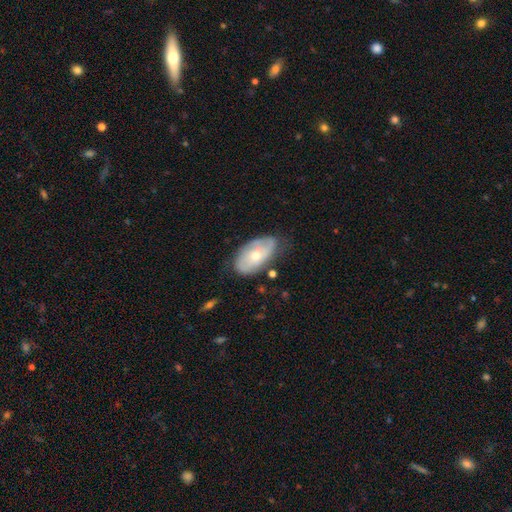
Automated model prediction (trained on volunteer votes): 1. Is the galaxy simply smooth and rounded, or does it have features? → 52% featured or disk, 42% smooth, 6% star or artifact.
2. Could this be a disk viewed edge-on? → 92% no, 8% yes.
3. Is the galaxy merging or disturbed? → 64% none, 27% minor disturbance, 7% major disturbance, 3% merger.